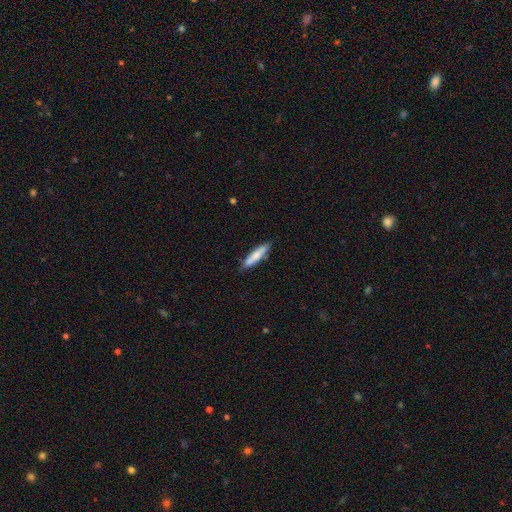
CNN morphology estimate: smooth_or_featured: smooth (p=0.70) [alt: featured or disk p=0.24]
how_rounded: cigar-shaped (p=0.85) [alt: in between p=0.13]
merging: none (p=0.80) [alt: minor disturbance p=0.15]